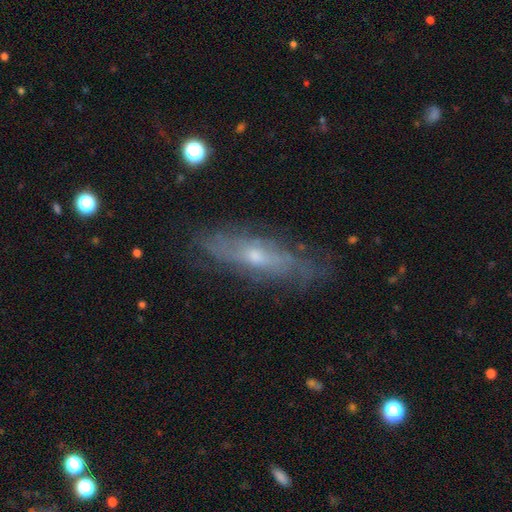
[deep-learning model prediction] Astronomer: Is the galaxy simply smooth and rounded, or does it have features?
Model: featured or disk — 64%.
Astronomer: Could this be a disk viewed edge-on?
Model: no — 55% (runner-up: yes, 45%).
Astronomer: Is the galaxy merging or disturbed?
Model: none — 77%.